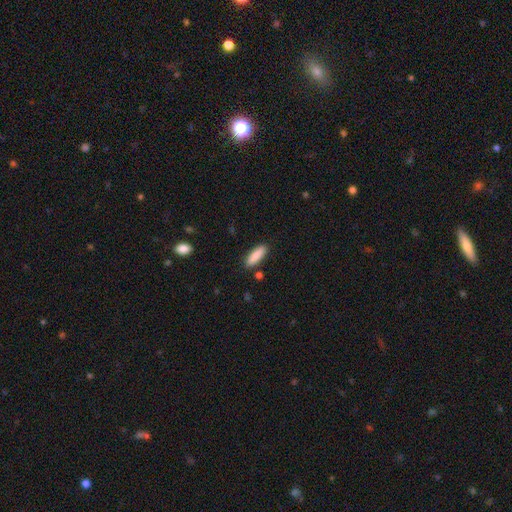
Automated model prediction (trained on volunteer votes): This appears to be a smooth galaxy with no disk features (88%) that is cigar-shaped (50%). Merging: none (86%).